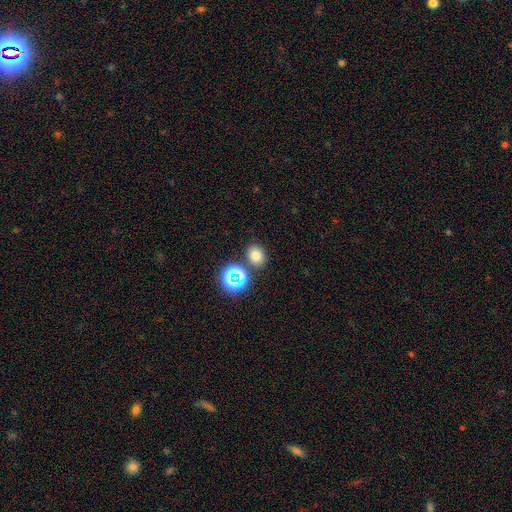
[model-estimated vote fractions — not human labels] Smooth or featured? smooth (73%)
How rounded? round (52%)
Merging? none (79%)